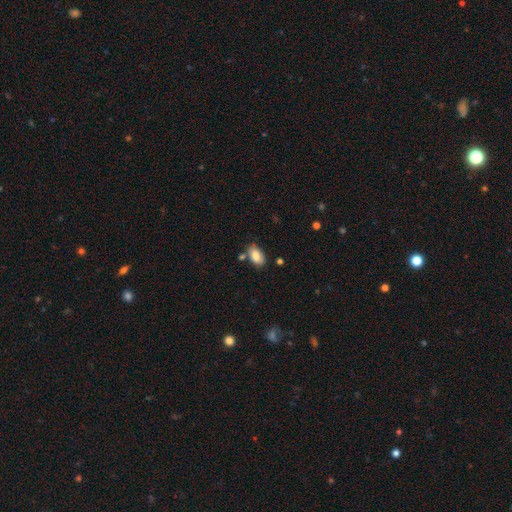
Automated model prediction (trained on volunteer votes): The model was most divided on "merging": none: 71%, minor disturbance: 16%, merger: 9%, major disturbance: 3%. More confident: how rounded — in between (92%); smooth or featured — smooth (84%).